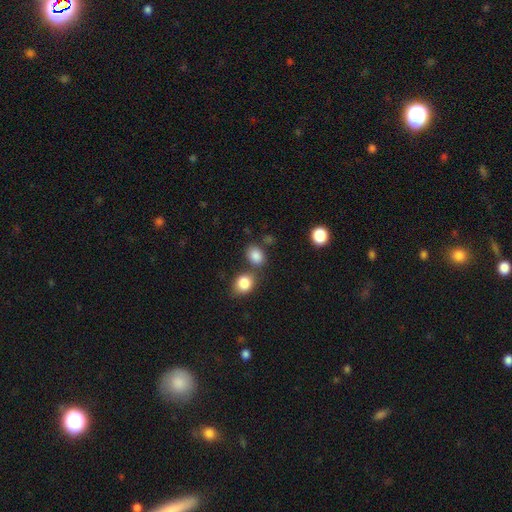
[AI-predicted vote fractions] A smooth galaxy with no disk features (85%) that is in between round and cigar-shaped (57%). Merging: none (61%).